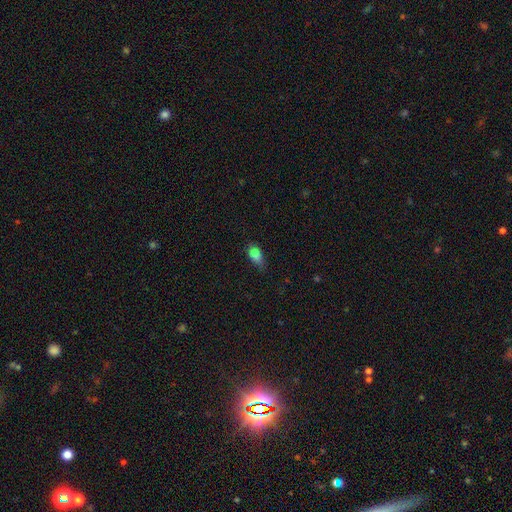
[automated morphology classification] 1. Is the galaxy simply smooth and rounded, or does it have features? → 86% smooth, 9% star or artifact, 5% featured or disk.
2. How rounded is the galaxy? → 88% in between, 6% cigar-shaped, 6% round.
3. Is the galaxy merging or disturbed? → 57% none, 34% minor disturbance, 8% major disturbance, 2% merger.